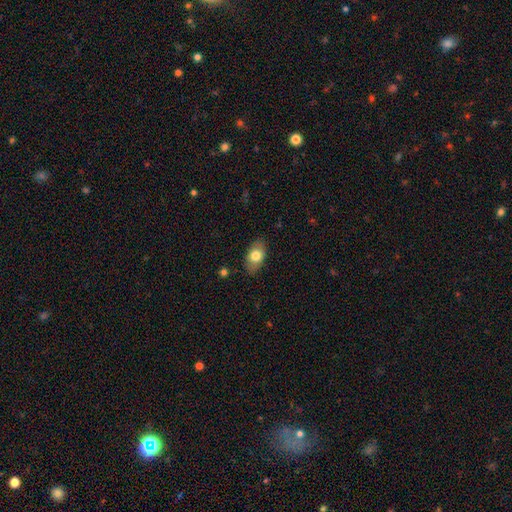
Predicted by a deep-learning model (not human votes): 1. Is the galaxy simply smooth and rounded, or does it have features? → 76% smooth, 17% featured or disk, 7% star or artifact.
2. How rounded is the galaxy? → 89% in between, 9% round, 2% cigar-shaped.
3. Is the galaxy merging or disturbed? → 83% none, 13% minor disturbance, 3% major disturbance, 1% merger.